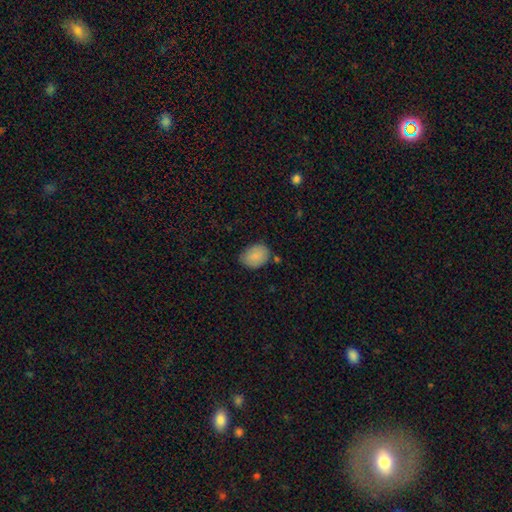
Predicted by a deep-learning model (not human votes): Smooth or featured?
  - smooth: 88% *
  - star or artifact: 7%
  - featured or disk: 6%
How rounded?
  - in between: 70% *
  - round: 29%
  - cigar-shaped: 1%
Merging?
  - none: 72% *
  - minor disturbance: 20%
  - merger: 4%
  - major disturbance: 4%